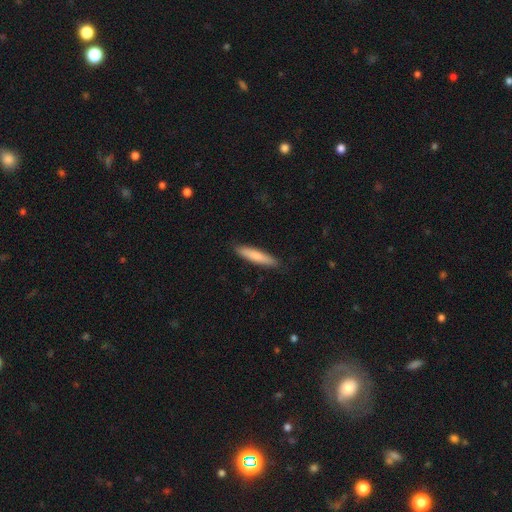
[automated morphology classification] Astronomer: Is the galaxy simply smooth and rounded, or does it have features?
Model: smooth — 79%.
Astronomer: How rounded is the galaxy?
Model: cigar-shaped — 88%.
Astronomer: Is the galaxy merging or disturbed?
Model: none — 88%.